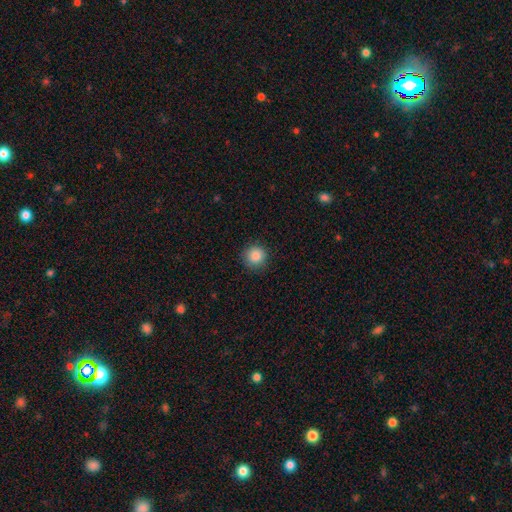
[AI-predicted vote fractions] Smooth or featured? Predicted: smooth (p=0.87). How rounded? Predicted: round (p=0.94). Merging? Predicted: none (p=0.88).